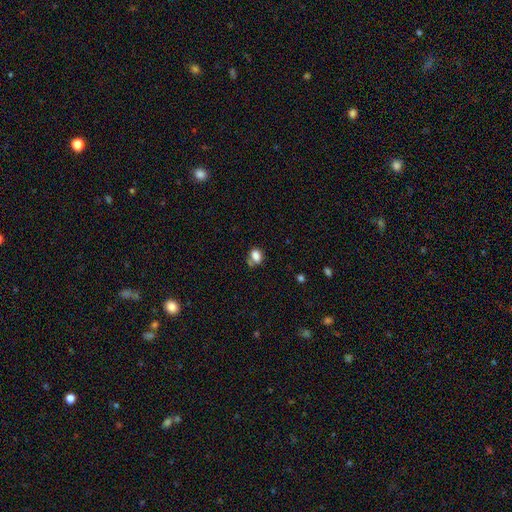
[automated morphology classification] Overall: smooth (80%). How rounded: in between (63%; round 35%). Merging: none (56%; minor disturbance 19%).